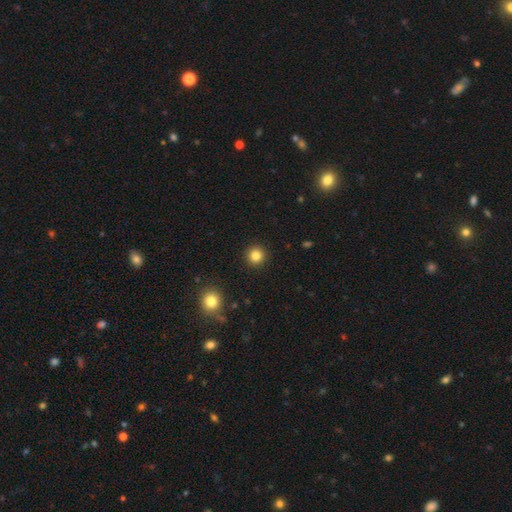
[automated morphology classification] Overall: smooth (84%). How rounded: round (95%). Merging: none (92%).